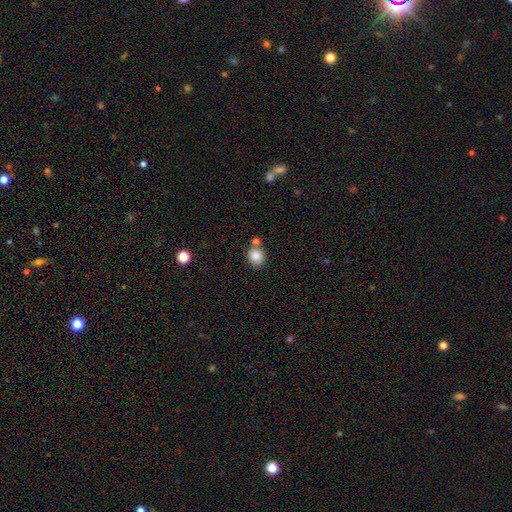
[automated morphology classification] Smooth or featured? smooth (84%)
How rounded? round (71%)
Merging? none (63%)